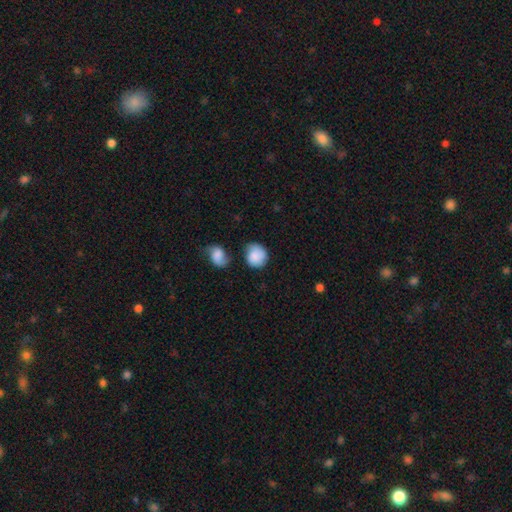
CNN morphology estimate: smooth 83%, featured or disk 10%, star or artifact 7%. Down the decision tree: how rounded — round (80%); merging — none (55%).